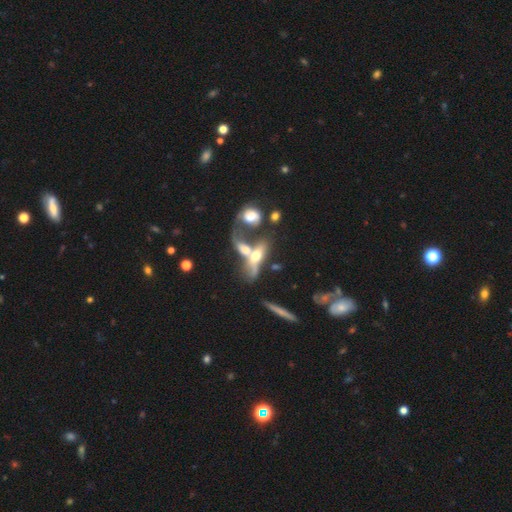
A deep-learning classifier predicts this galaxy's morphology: Smooth or featured: featured or disk — 50% (smooth — 40%)
Merging: merger — 67% (none — 14%)